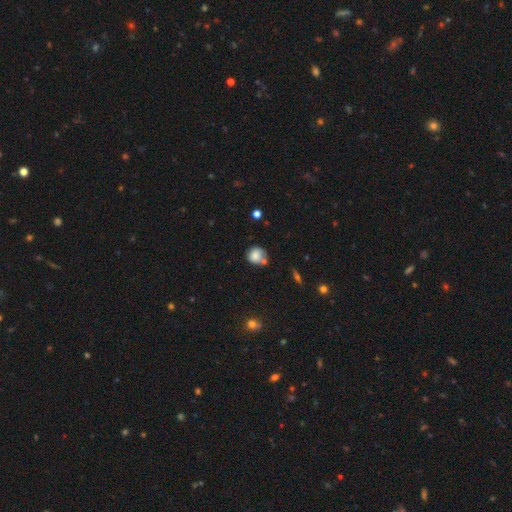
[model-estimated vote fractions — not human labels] A smooth galaxy with no disk features (77%) that is round (80%).

Vote fractions:
- Smooth or featured? smooth: 77% / featured or disk: 13% / star or artifact: 10%
- How rounded? round: 80% / in between: 19% / cigar-shaped: 1%
- Merging? none: 47% / minor disturbance: 25% / merger: 19% / major disturbance: 9%